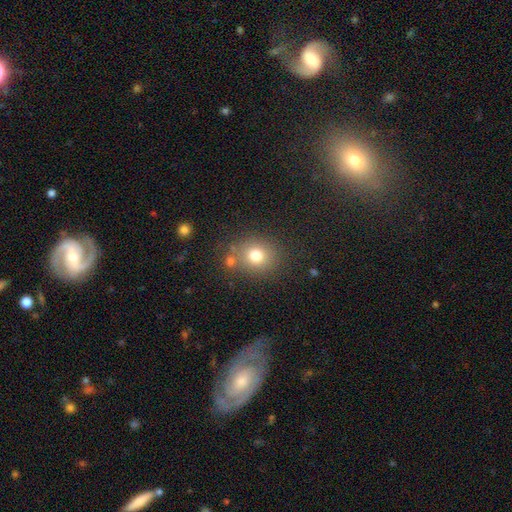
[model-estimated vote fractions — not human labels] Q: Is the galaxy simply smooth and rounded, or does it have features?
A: smooth — 76%.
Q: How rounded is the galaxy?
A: round — 80%.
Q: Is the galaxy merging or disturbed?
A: none — 72%.